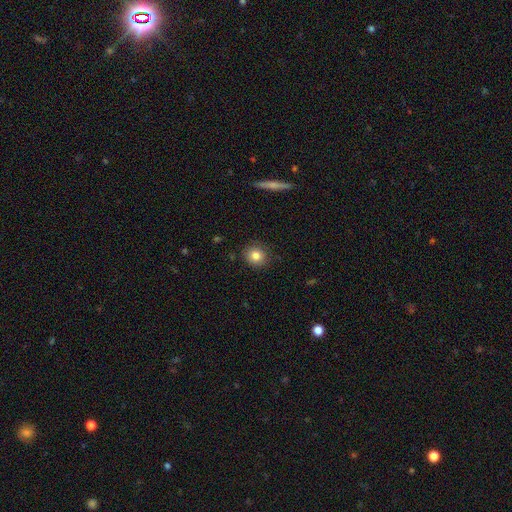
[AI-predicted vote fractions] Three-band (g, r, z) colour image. It shows a smooth galaxy with no disk features (83%) that is round (87%). Merging: none (89%).